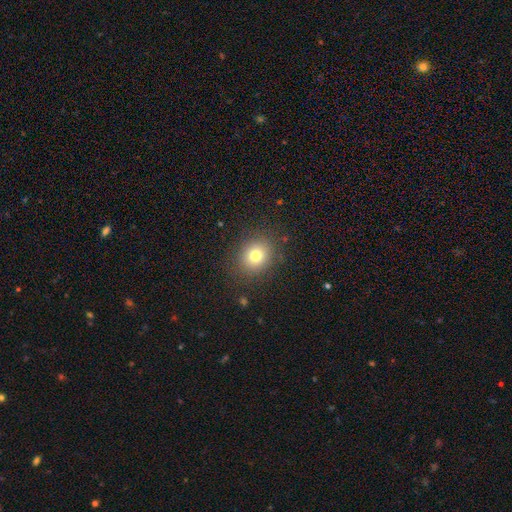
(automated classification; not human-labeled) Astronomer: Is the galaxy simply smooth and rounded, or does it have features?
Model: smooth — 76%.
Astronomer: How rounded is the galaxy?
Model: round — 71%.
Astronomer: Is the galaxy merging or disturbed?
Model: none — 86%.